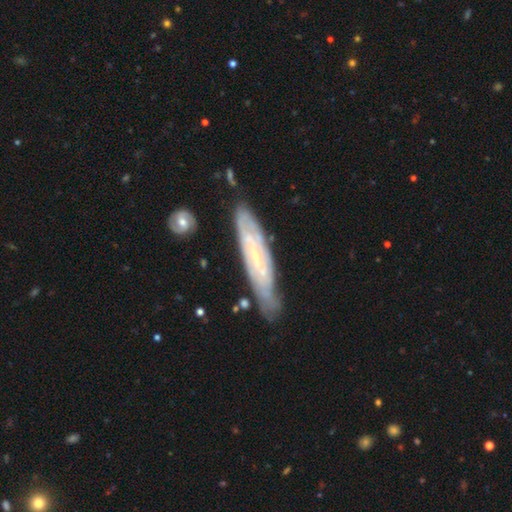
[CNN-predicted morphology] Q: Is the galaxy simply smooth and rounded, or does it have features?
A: featured or disk — 75%.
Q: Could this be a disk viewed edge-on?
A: no — 62%.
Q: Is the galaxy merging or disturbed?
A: none — 77%.